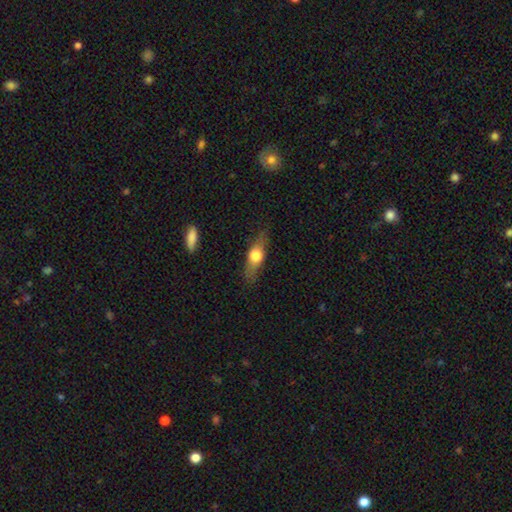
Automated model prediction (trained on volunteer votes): Smooth or featured?
  - smooth: 48% *
  - featured or disk: 45%
  - star or artifact: 7%
Merging?
  - none: 79% *
  - minor disturbance: 14%
  - major disturbance: 5%
  - merger: 2%